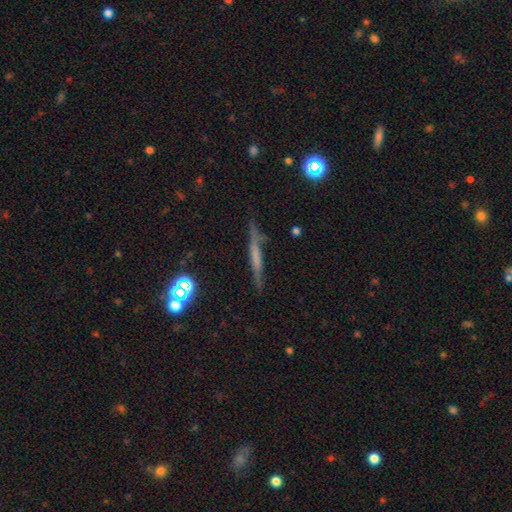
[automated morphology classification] This is possibly a featured or disk galaxy (48%). Merging: likely none (75%).